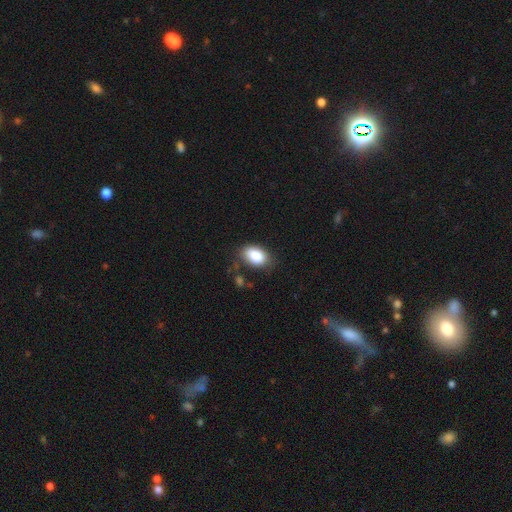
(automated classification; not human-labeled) smooth_or_featured: smooth (p=0.85) [alt: star or artifact p=0.08]
how_rounded: in between (p=0.88) [alt: round p=0.10]
merging: none (p=0.73) [alt: minor disturbance p=0.18]